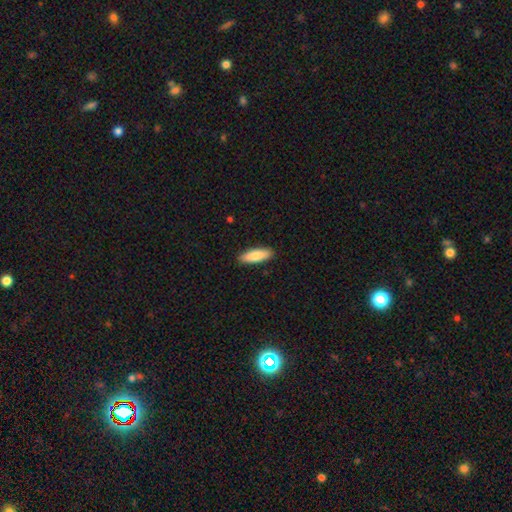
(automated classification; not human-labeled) Smooth or featured? Predicted: smooth (p=0.82). How rounded? Predicted: in between (p=0.56). Merging? Predicted: none (p=0.90).